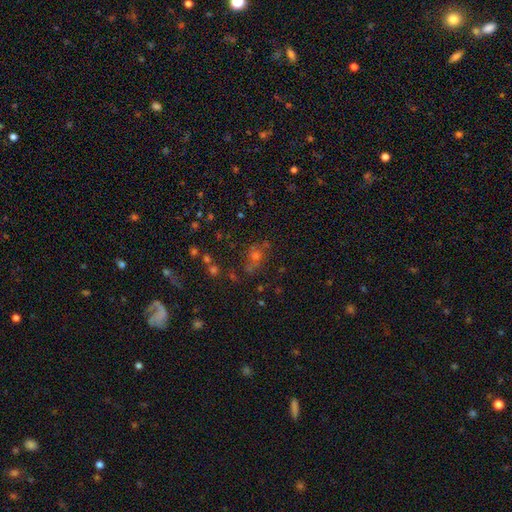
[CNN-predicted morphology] Smooth or featured? smooth (46%)
Merging? none (61%)